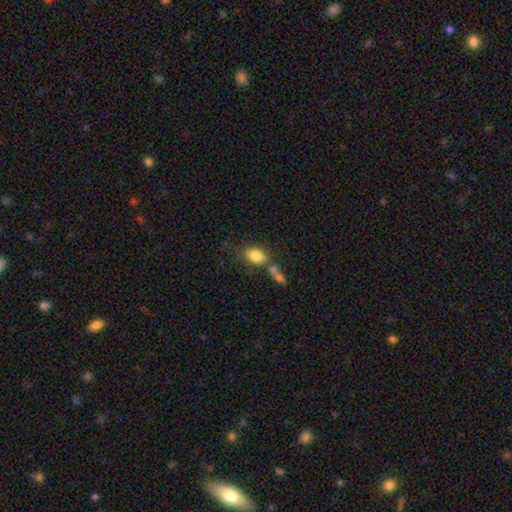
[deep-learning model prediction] smooth_or_featured: smooth (p=0.82) [alt: star or artifact p=0.09]
how_rounded: in between (p=0.65) [alt: round p=0.33]
merging: none (p=0.52) [alt: merger p=0.24]